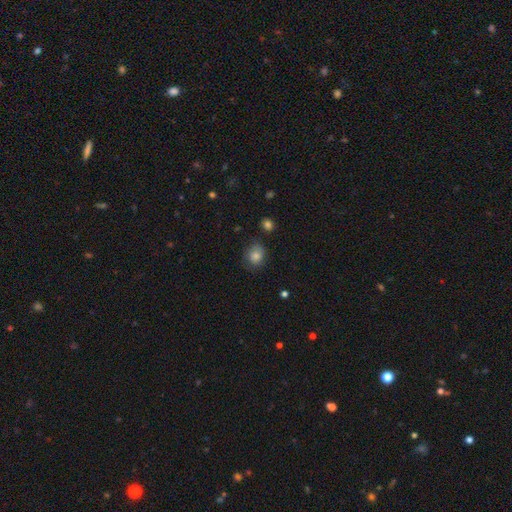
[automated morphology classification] smooth_or_featured: smooth (p=0.79) [alt: star or artifact p=0.12]
how_rounded: round (p=0.71) [alt: in between p=0.28]
merging: none (p=0.74) [alt: minor disturbance p=0.19]